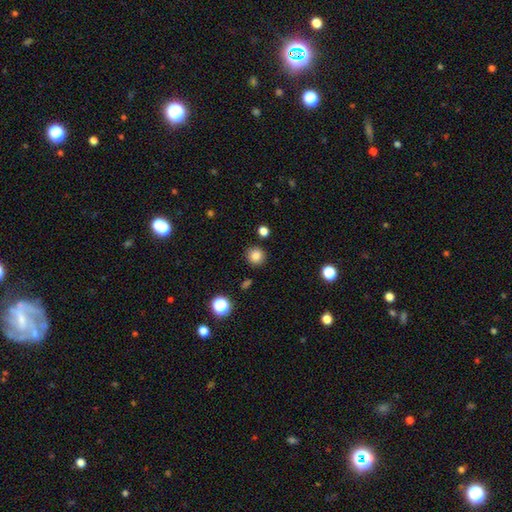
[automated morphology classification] The model was most divided on "smooth or featured": smooth: 84%, star or artifact: 12%, featured or disk: 5%. More confident: how rounded — round (92%); merging — none (89%).